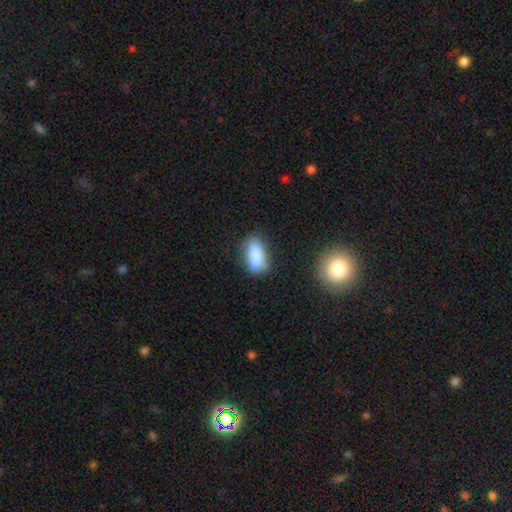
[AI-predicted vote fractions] Morphology: type=smooth (84%); roundness=in between (82%); merging=none (74%).